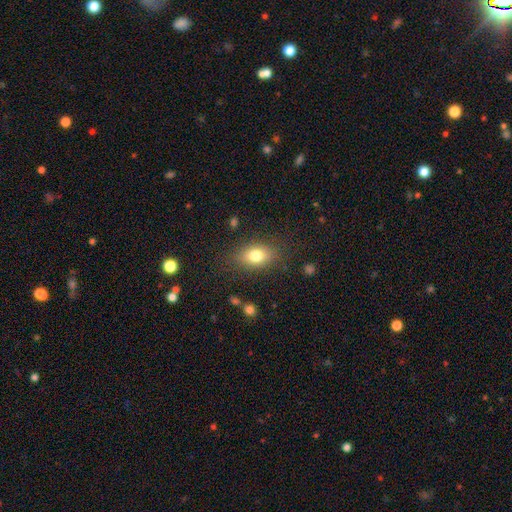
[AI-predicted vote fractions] Overall: smooth (78%). How rounded: in between (81%). Merging: none (82%).